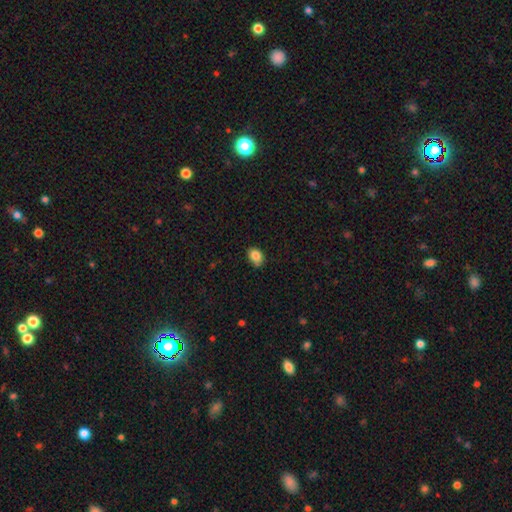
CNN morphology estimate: Smooth or featured? Predicted: smooth (p=0.85). How rounded? Predicted: in between (p=0.69). Merging? Predicted: none (p=0.73).